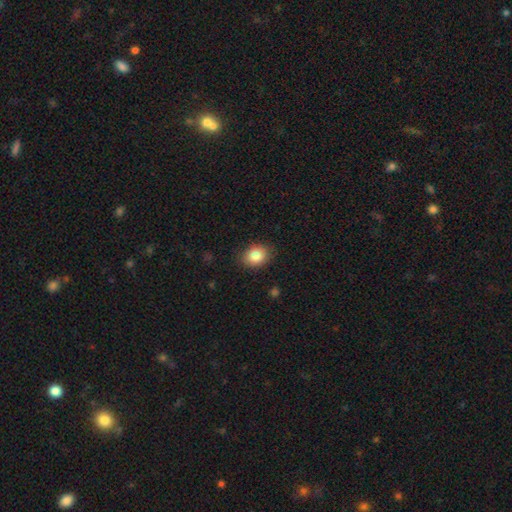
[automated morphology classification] type=smooth (86%); roundness=in between (60%); merging=none (84%).